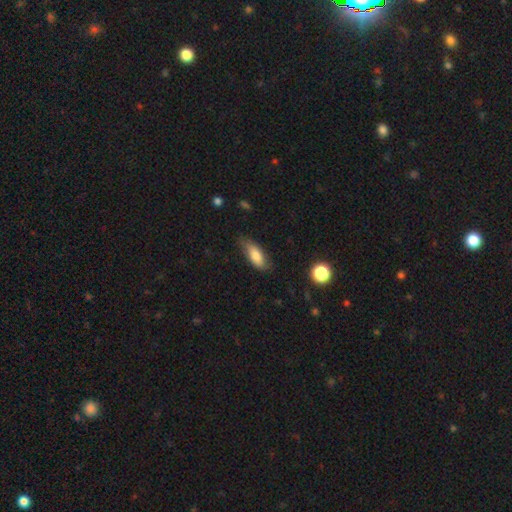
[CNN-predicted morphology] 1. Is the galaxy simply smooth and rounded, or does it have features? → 77% smooth, 16% featured or disk, 7% star or artifact.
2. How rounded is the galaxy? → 78% in between, 19% cigar-shaped, 3% round.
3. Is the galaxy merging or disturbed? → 68% none, 25% minor disturbance, 5% major disturbance, 2% merger.